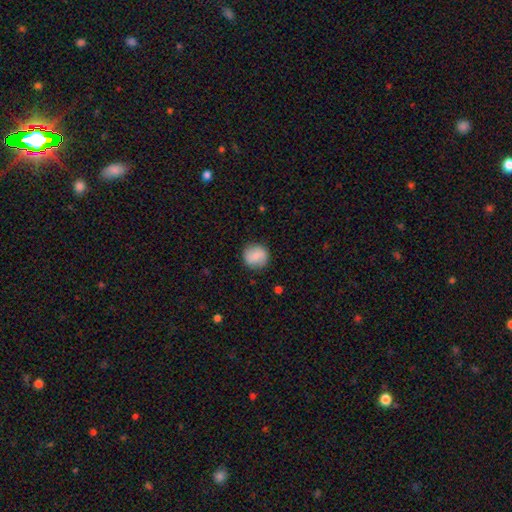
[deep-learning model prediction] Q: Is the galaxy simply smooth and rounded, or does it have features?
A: smooth — 80%.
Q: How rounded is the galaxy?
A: round — 89%.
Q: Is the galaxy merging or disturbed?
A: none — 86%.